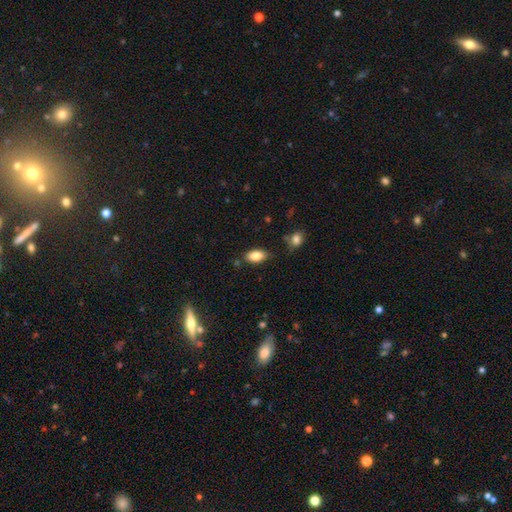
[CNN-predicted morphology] smooth 85%, star or artifact 8%, featured or disk 7%. Down the decision tree: how rounded — in between (92%); merging — none (78%).